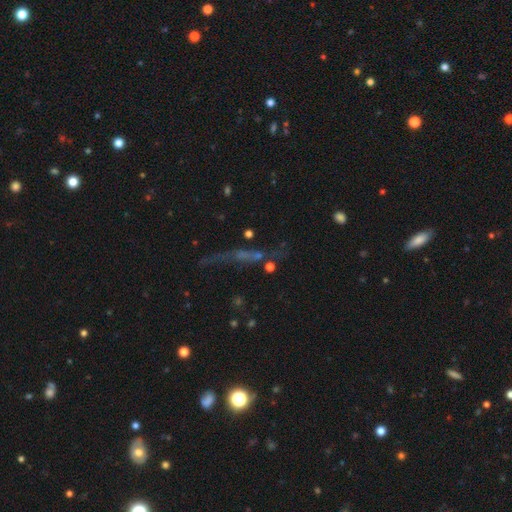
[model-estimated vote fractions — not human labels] smooth_or_featured: featured or disk (p=0.38) [alt: star or artifact p=0.36]
merging: none (p=0.55) [alt: major disturbance p=0.19]